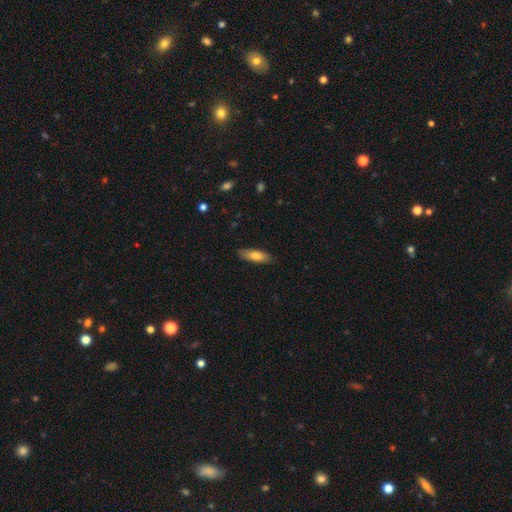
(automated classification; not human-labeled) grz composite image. It shows a smooth galaxy with no disk features (73%) that is in between round and cigar-shaped (51%). Merging: none (86%).